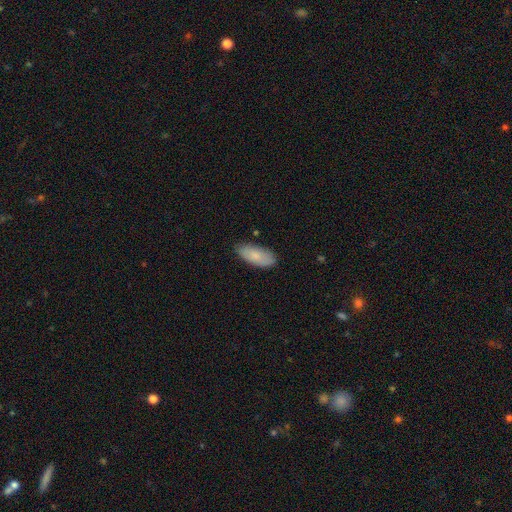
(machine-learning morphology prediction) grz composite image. It shows a smooth galaxy with no disk features (83%) that is in between round and cigar-shaped (85%). Merging: none (82%).